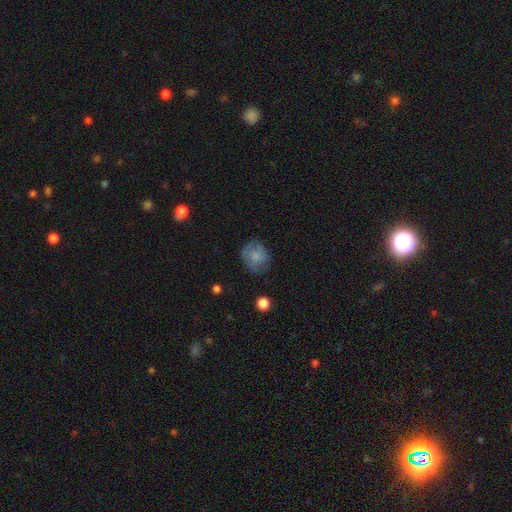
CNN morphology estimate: Smooth or featured: smooth — 71% (featured or disk — 20%)
How rounded: round — 68% (in between — 31%)
Merging: none — 62% (minor disturbance — 26%)